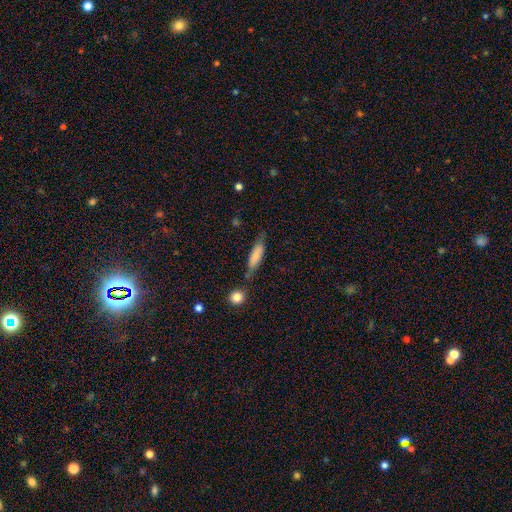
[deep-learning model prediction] A smooth galaxy with no disk features (76%) that is cigar-shaped (60%).

Vote fractions:
- Smooth or featured? smooth: 76% / featured or disk: 18% / star or artifact: 7%
- How rounded? cigar-shaped: 60% / in between: 38% / round: 2%
- Merging? none: 64% / minor disturbance: 22% / merger: 8% / major disturbance: 6%